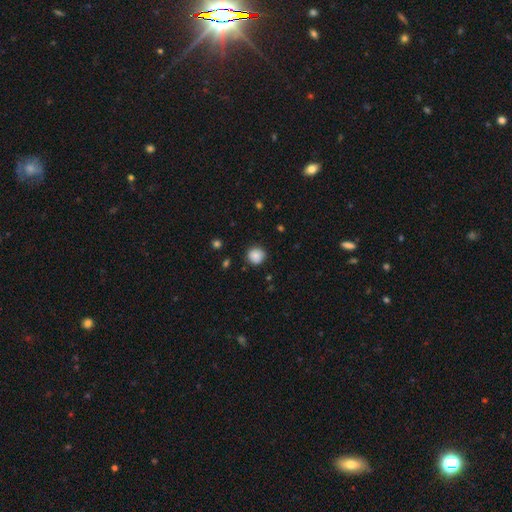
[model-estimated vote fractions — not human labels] smooth 86%, star or artifact 9%, featured or disk 5%. Down the decision tree: how rounded — round (92%); merging — none (86%).